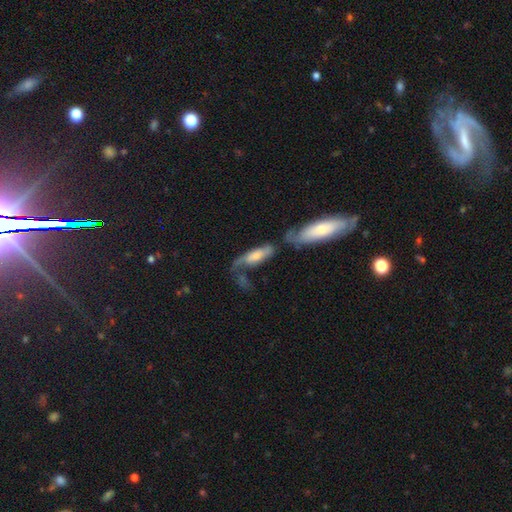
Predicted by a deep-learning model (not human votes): The model was most divided on "merging" (2-way tie): merger: 28%, none: 28%, major disturbance: 25%, minor disturbance: 19%. Remaining: smooth or featured — featured or disk (47%).